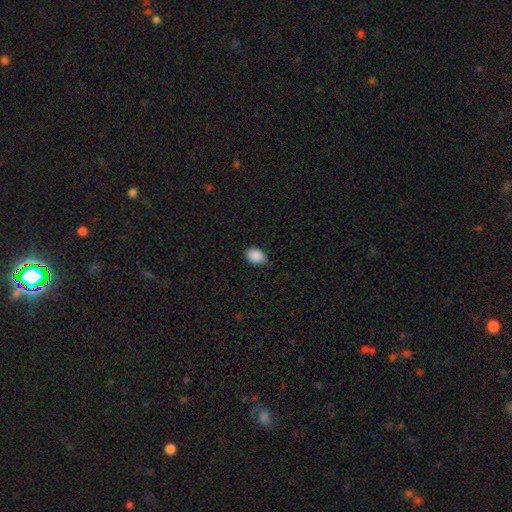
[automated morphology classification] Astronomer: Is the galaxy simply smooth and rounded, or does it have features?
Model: smooth — 89%.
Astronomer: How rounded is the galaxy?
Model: in between — 70%.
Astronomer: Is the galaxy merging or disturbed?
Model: none — 73%.